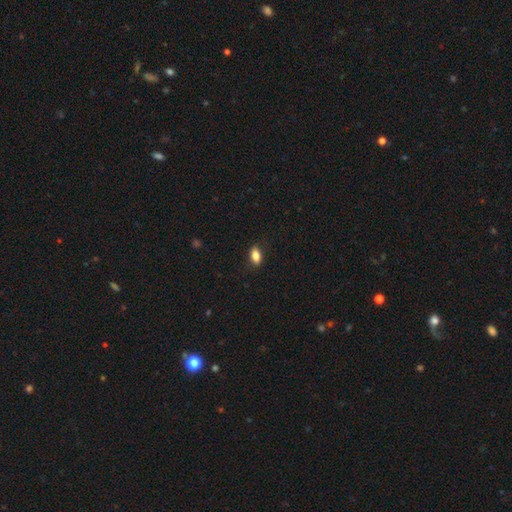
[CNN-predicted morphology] smooth_or_featured: smooth (p=0.81) [alt: featured or disk p=0.11]
how_rounded: in between (p=0.84) [alt: cigar-shaped p=0.10]
merging: none (p=0.84) [alt: minor disturbance p=0.12]